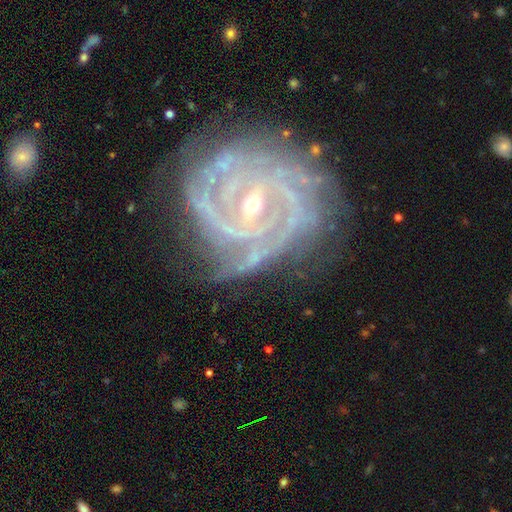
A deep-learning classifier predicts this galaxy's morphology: smooth_or_featured: featured or disk (p=0.89) [alt: star or artifact p=0.06]
disk_edge_on: no (p=0.97) [alt: yes p=0.03]
bar: strong (p=0.41) [alt: weak p=0.40]
has_spiral_arms: yes (p=0.97) [alt: no p=0.03]
spiral_winding: tight (p=0.75) [alt: medium p=0.21]
spiral_arm_count: 3 (p=0.23) [tied with: 2 p=0.23]
bulge_size: small (p=0.65) [alt: moderate p=0.31]
merging: none (p=0.69) [alt: minor disturbance p=0.19]